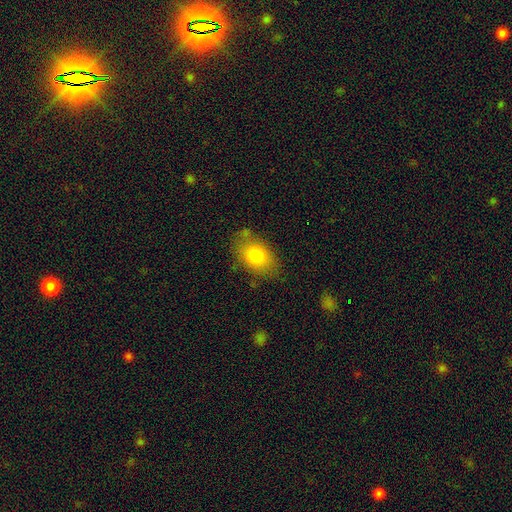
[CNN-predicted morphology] type=smooth (78%); roundness=in between (80%); merging=none (75%).